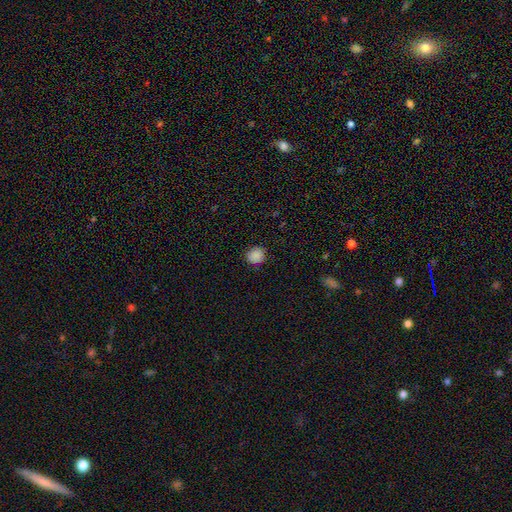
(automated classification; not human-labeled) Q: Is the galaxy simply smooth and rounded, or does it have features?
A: smooth — 87%.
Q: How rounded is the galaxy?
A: round — 84%.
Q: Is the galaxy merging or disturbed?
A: none — 87%.